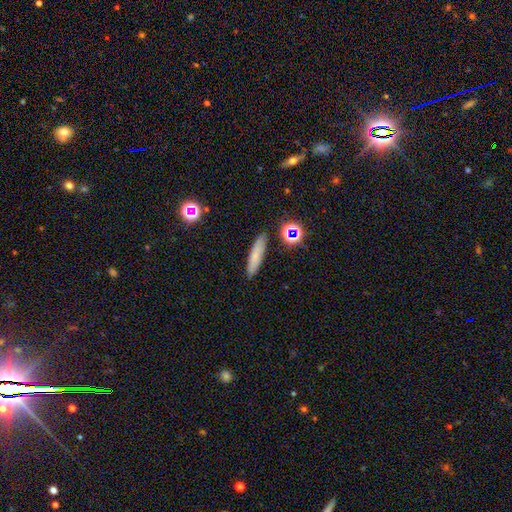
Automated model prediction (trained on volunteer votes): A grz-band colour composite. It shows a smooth galaxy with no disk features (72%) that is cigar-shaped (81%). Merging: none (87%).